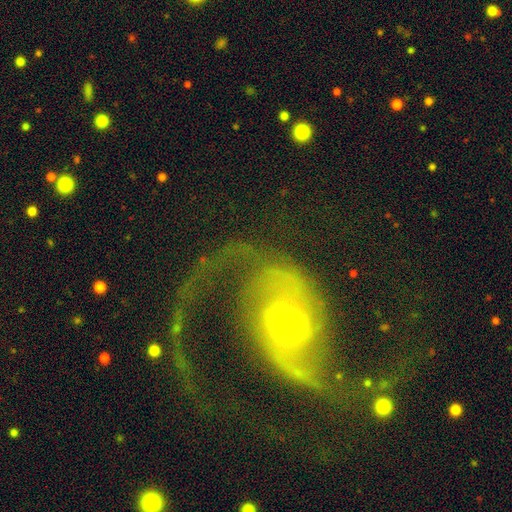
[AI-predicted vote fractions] Smooth or featured? featured or disk (90%)
Edge-on disk? no (98%)
Bar? weak (45%)
Spiral arms? yes (97%)
Spiral winding? loose (49%)
Spiral arm count? 2 (90%)
Bulge size? moderate (54%)
Merging? none (65%)